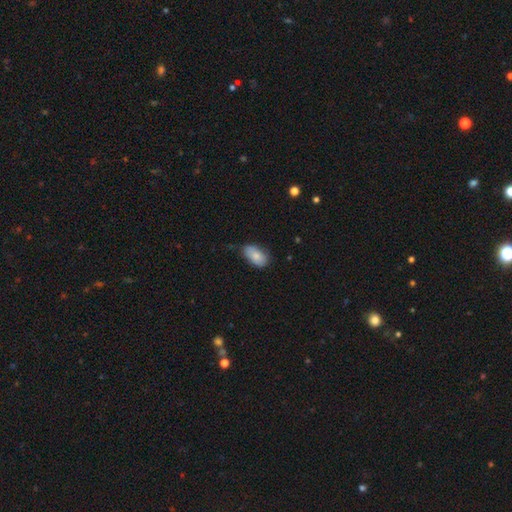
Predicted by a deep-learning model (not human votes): smooth 80%, featured or disk 13%, star or artifact 7%. Down the decision tree: how rounded — in between (93%); merging — none (61%).